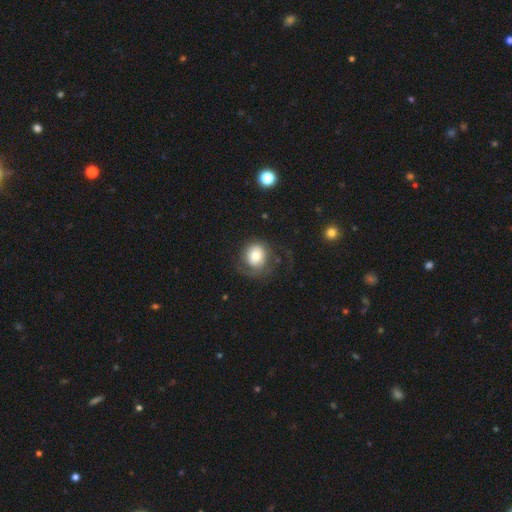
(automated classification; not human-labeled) Overall: smooth (65%; featured or disk 26%). How rounded: round (81%). Merging: none (53%; major disturbance 26%).